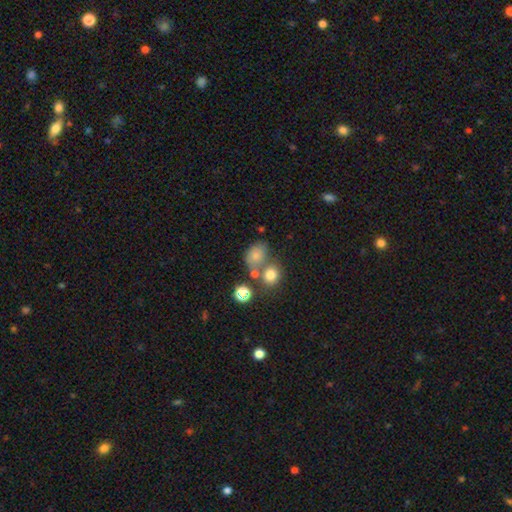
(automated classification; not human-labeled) This is likely a smooth galaxy (71%). How rounded: possibly in between (58%). Merging: possibly none (45%).